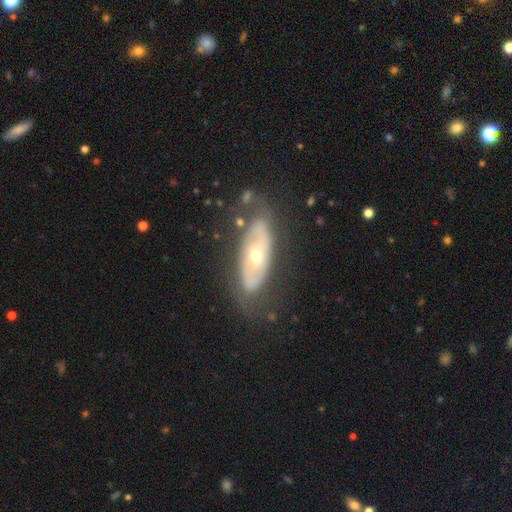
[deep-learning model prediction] Smooth or featured: featured or disk — 66% (smooth — 27%)
Edge-on disk: no — 83% (yes — 17%)
Bar: no — 85% (weak — 10%)
Spiral arms: no — 69% (yes — 31%)
Bulge size: moderate — 56% (small — 39%)
Merging: none — 72% (minor disturbance — 17%)